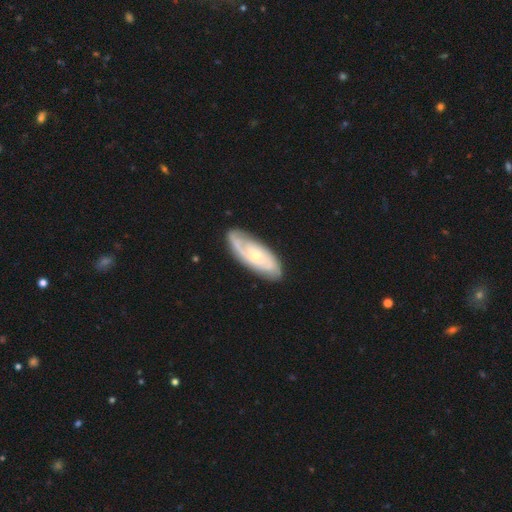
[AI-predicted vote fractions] This appears to be a featured or disk galaxy (75%) with no bar (73%), 2 (44%) tight (56%) spiral arms (91%) and a small central bulge (73%). Merging: none (80%).